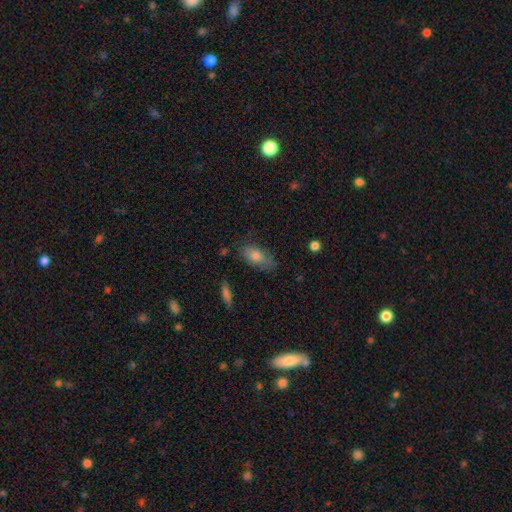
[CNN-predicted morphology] This appears to be a smooth galaxy with no disk features (72%) that is in between round and cigar-shaped (84%). Merging: none (70%).